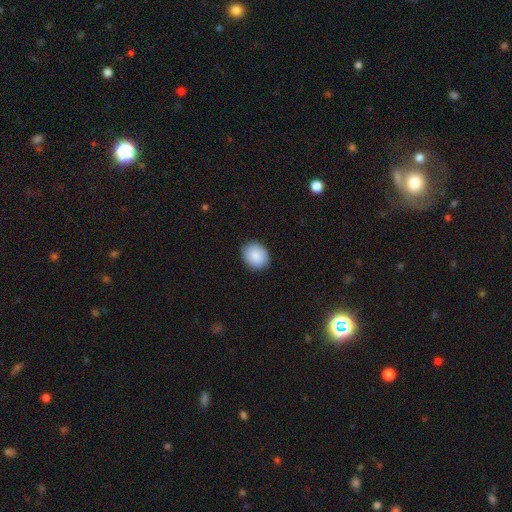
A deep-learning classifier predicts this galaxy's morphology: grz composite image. It shows a smooth galaxy with no disk features (88%) that is round (58%). Merging: none (88%).